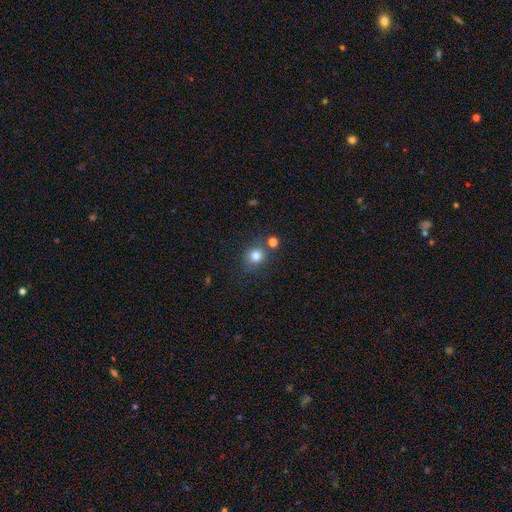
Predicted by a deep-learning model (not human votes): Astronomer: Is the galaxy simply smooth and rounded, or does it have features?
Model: smooth — 81%.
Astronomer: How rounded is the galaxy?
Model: round — 75%.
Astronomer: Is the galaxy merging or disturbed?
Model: none — 69%.